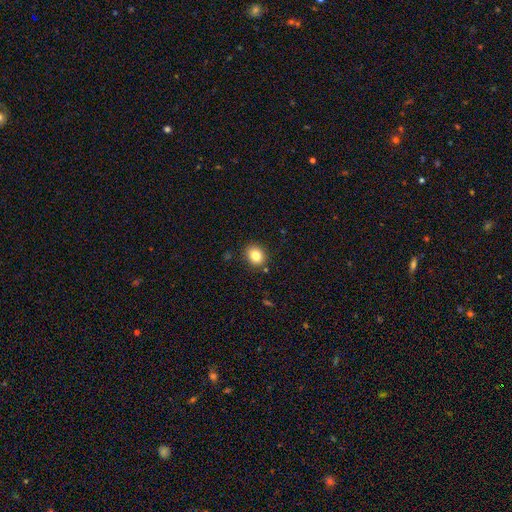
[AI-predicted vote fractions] smooth-or-featured: smooth: 83% | star or artifact: 10% | featured or disk: 7%
  how-rounded: round: 65% | in between: 34% | cigar-shaped: 1%
  merging: none: 87% | minor disturbance: 9% | merger: 2% | major disturbance: 2%